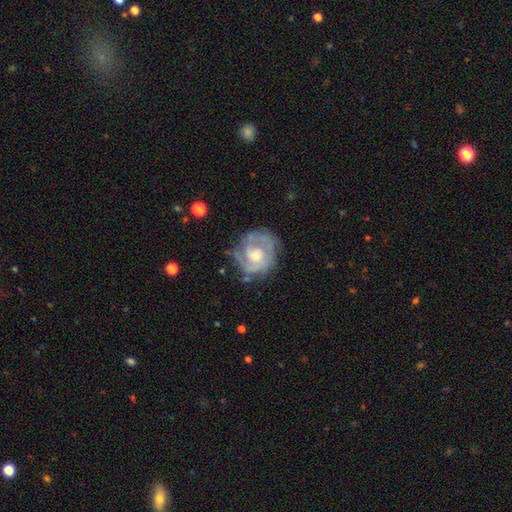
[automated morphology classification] This is clearly a featured or disk galaxy (82%). It is clearly not viewed edge-on (98%). Bar: likely no (68%). Spiral arm pattern: clearly yes (89%). Spiral arm count: possibly 2 (45%). Spiral winding: possibly tight (58%). Central bulge: possibly moderate (53%). Merging: likely none (65%).